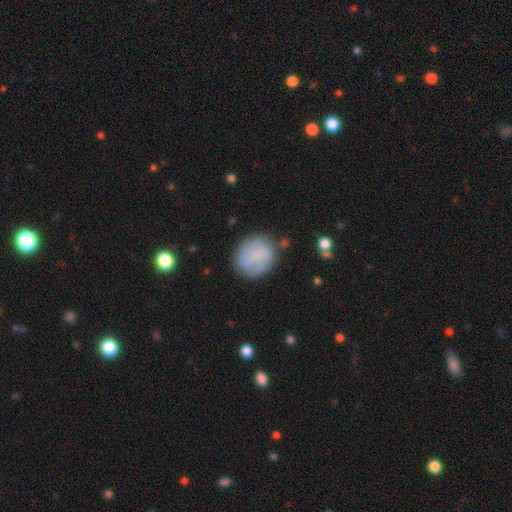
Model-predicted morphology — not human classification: Smooth or featured? Predicted: smooth (p=0.68). How rounded? Predicted: round (p=0.77). Merging? Predicted: none (p=0.74).